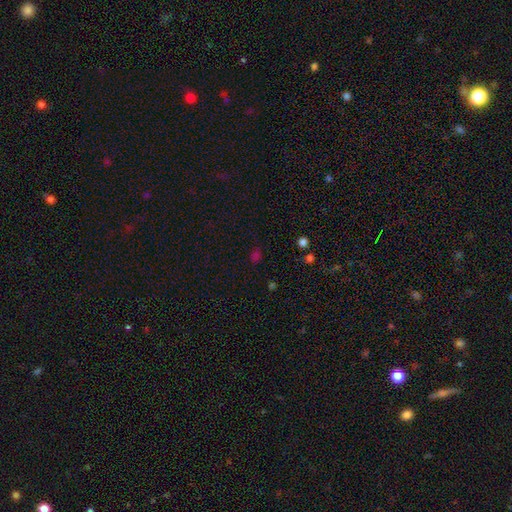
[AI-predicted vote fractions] smooth_or_featured: smooth (p=0.58) [alt: star or artifact p=0.37]
how_rounded: in between (p=0.49) [tied with: round p=0.49]
merging: none (p=0.77) [alt: minor disturbance p=0.14]